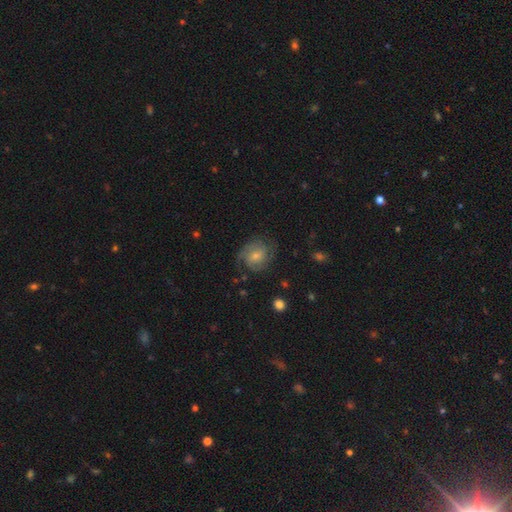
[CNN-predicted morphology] Smooth or featured? Predicted: featured or disk (p=0.71). Edge-on disk? Predicted: no (p=0.97). Bar? Predicted: no (p=0.60). Spiral arms? Predicted: yes (p=0.93). Spiral winding? Predicted: tight (p=0.51). Spiral arm count? Predicted: 2 (p=0.53). Bulge size? Predicted: small (p=0.52). Merging? Predicted: none (p=0.73).